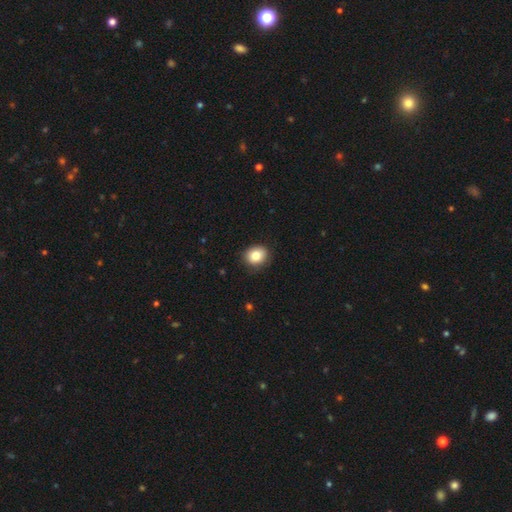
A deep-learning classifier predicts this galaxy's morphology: Smooth or featured: smooth — 83% (star or artifact — 9%)
How rounded: round — 64% (in between — 36%)
Merging: none — 85% (minor disturbance — 12%)